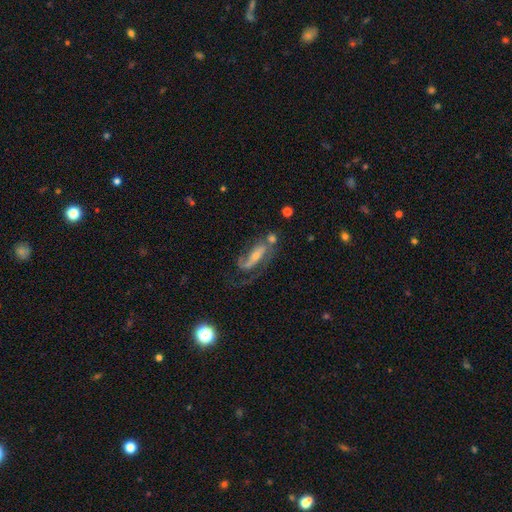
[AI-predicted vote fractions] smooth_or_featured: featured or disk (p=0.77) [alt: smooth p=0.15]
disk_edge_on: no (p=0.87) [alt: yes p=0.13]
bar: no (p=0.34) [alt: strong p=0.33]
has_spiral_arms: yes (p=0.89) [alt: no p=0.11]
spiral_winding: medium (p=0.41) [alt: loose p=0.35]
spiral_arm_count: 2 (p=0.56) [alt: 1 p=0.30]
bulge_size: small (p=0.56) [alt: moderate p=0.36]
merging: none (p=0.43) [alt: major disturbance p=0.26]